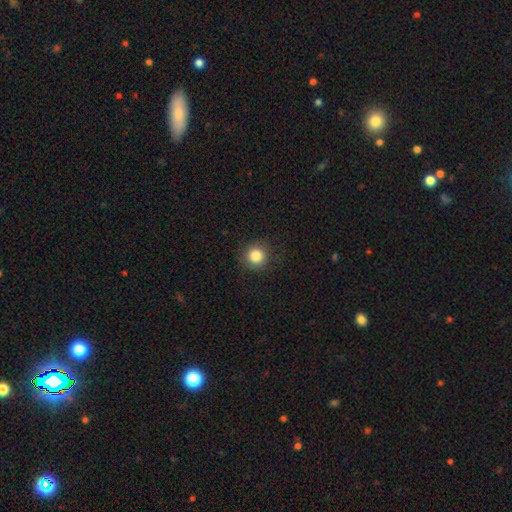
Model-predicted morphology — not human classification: Q: Smooth or featured?
A: smooth (84%); runner-up: star or artifact (11%)
Q: How rounded?
A: round (93%); runner-up: in between (6%)
Q: Merging?
A: none (89%); runner-up: minor disturbance (8%)